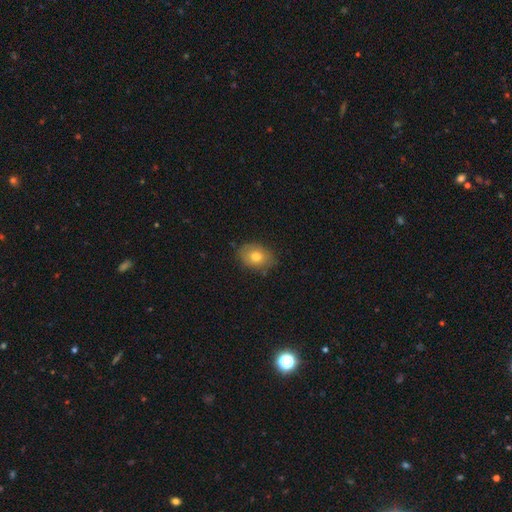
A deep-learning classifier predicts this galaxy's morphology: The model was most divided on "how rounded": in between: 67%, round: 32%, cigar-shaped: 1%. More confident: merging — none (83%); smooth or featured — smooth (72%).